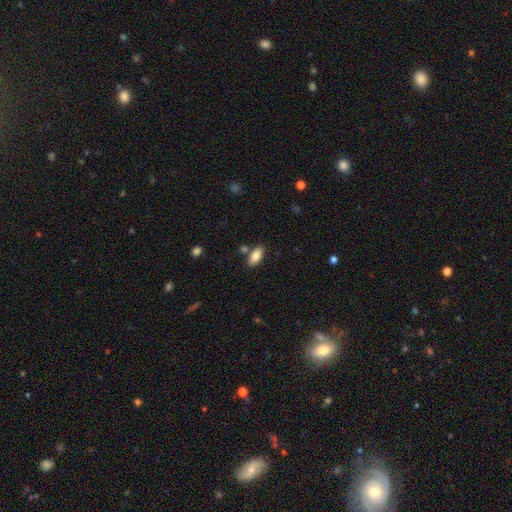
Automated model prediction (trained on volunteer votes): smooth-or-featured: smooth: 83% | featured or disk: 10% | star or artifact: 7%
  how-rounded: in between: 89% | cigar-shaped: 8% | round: 2%
  merging: none: 78% | minor disturbance: 11% | merger: 8% | major disturbance: 3%